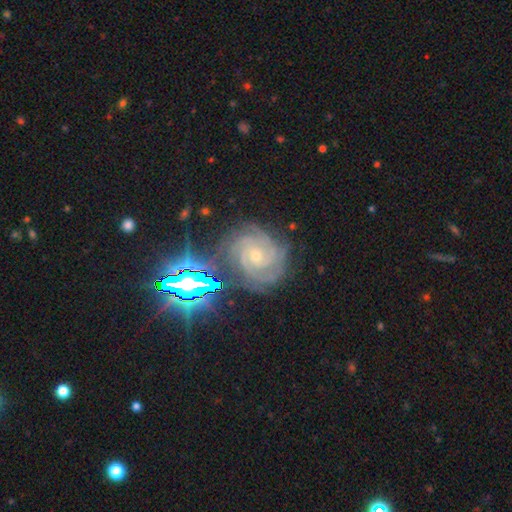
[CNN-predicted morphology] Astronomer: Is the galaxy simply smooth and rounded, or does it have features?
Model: featured or disk — 83%.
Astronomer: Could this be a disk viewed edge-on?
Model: no — 98%.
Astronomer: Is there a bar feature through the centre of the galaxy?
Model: no — 66%.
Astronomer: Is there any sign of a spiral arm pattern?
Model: yes — 98%.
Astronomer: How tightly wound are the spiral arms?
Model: tight — 78%.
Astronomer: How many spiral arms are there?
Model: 3 — 32% (runner-up: 4, 20%).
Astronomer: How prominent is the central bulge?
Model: small — 67%.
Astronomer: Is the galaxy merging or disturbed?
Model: none — 77%.